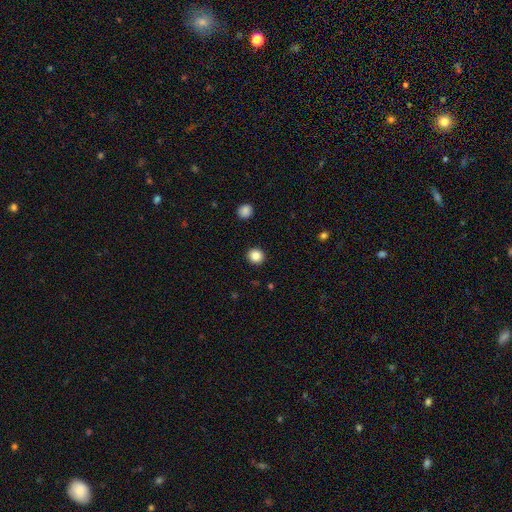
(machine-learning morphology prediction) smooth_or_featured: smooth (p=0.85) [alt: star or artifact p=0.10]
how_rounded: round (p=0.91) [alt: in between p=0.08]
merging: none (p=0.93) [alt: minor disturbance p=0.05]